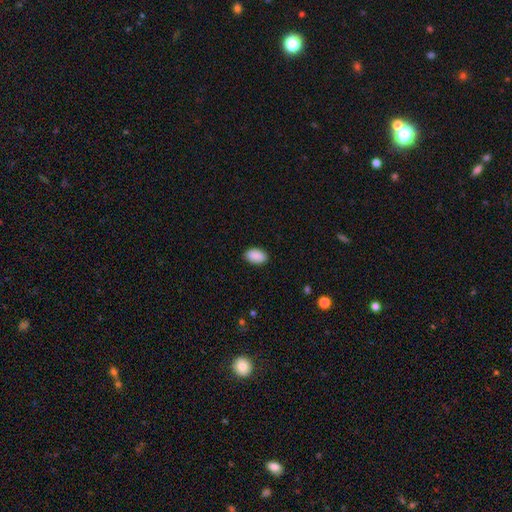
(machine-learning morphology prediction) smooth 91%, star or artifact 7%, featured or disk 2%. Down the decision tree: how rounded — in between (93%); merging — none (89%).